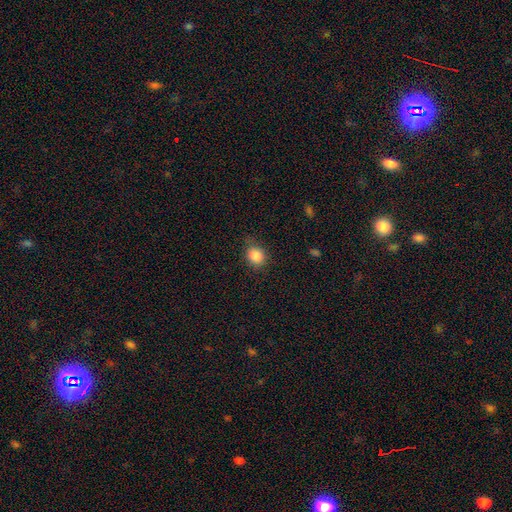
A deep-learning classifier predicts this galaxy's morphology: Smooth or featured?
  - smooth: 86% *
  - star or artifact: 9%
  - featured or disk: 4%
How rounded?
  - round: 67% *
  - in between: 32%
  - cigar-shaped: 1%
Merging?
  - none: 76% *
  - minor disturbance: 18%
  - major disturbance: 5%
  - merger: 1%